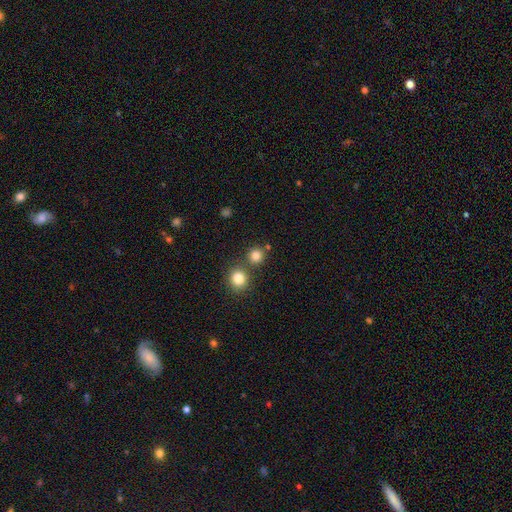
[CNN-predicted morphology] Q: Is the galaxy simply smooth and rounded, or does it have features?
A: smooth — 81%.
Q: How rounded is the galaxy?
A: round — 91%.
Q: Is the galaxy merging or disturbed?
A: none — 72%.